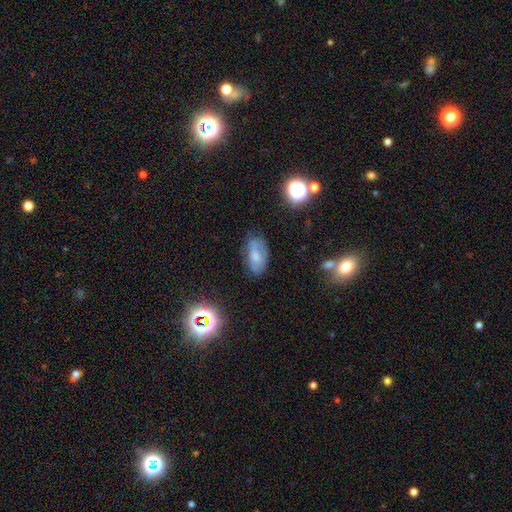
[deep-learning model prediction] A smooth galaxy with no disk features (58%) that is in between round and cigar-shaped (90%). Merging: none (66%).